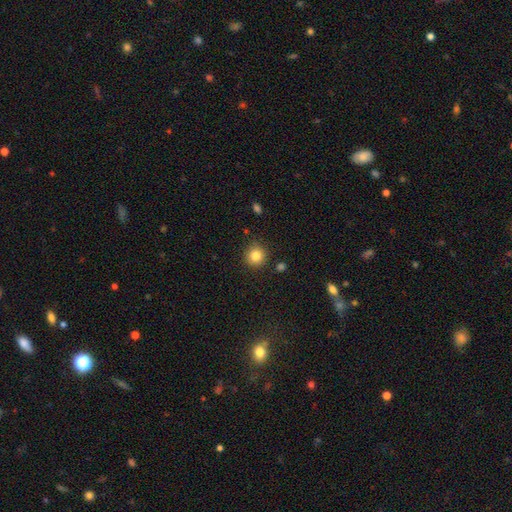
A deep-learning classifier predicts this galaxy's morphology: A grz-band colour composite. It shows a smooth galaxy with no disk features (84%) that is round (93%). Merging: none (88%).